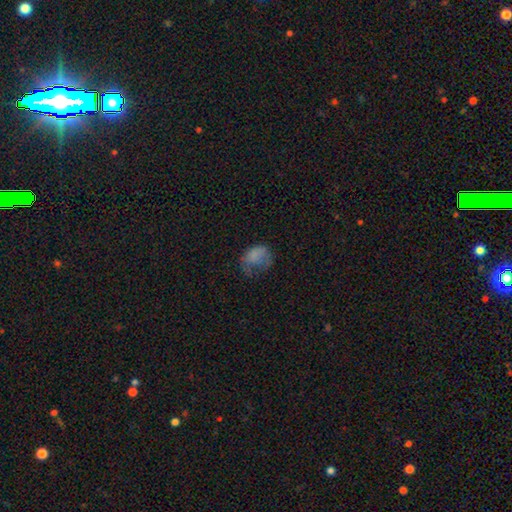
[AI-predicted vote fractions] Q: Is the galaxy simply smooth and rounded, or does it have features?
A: smooth — 68%.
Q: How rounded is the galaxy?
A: in between — 62%.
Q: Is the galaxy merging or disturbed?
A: major disturbance — 42%.